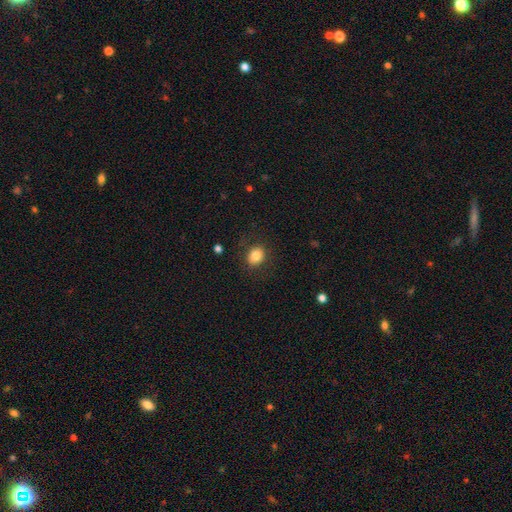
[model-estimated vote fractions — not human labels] Morphology: type=smooth (82%); roundness=round (57%); merging=none (85%).